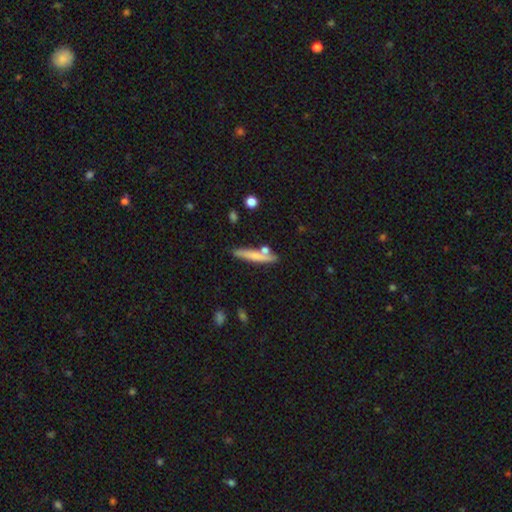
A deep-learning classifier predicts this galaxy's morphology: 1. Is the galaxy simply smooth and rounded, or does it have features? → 65% smooth, 29% featured or disk, 6% star or artifact.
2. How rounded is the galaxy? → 90% cigar-shaped, 8% in between, 2% round.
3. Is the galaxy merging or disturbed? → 75% none, 12% minor disturbance, 10% merger, 3% major disturbance.